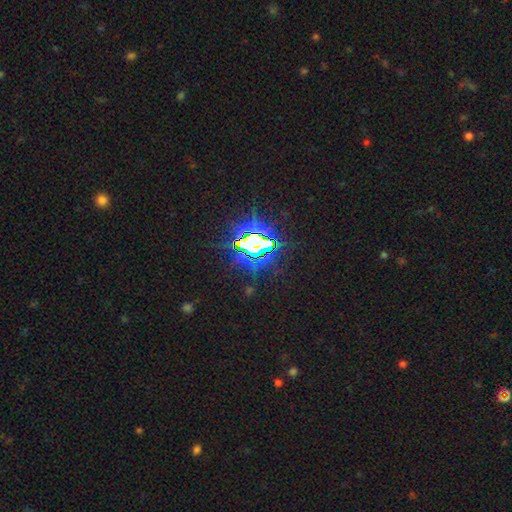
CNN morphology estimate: A star or artifact, not a galaxy (83%).